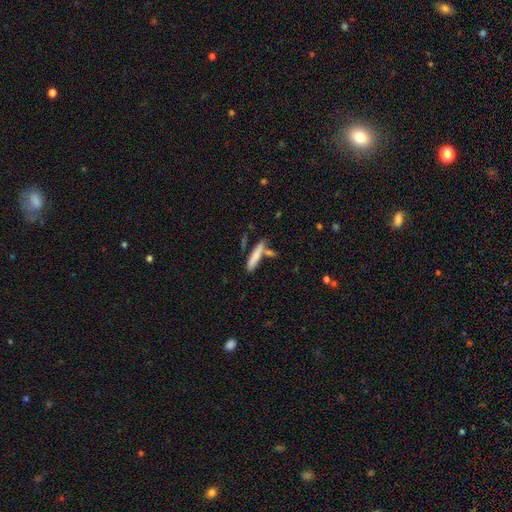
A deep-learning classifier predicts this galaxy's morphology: smooth 74%, featured or disk 20%, star or artifact 6%. Down the decision tree: how rounded — cigar-shaped (87%); merging — none (66%).